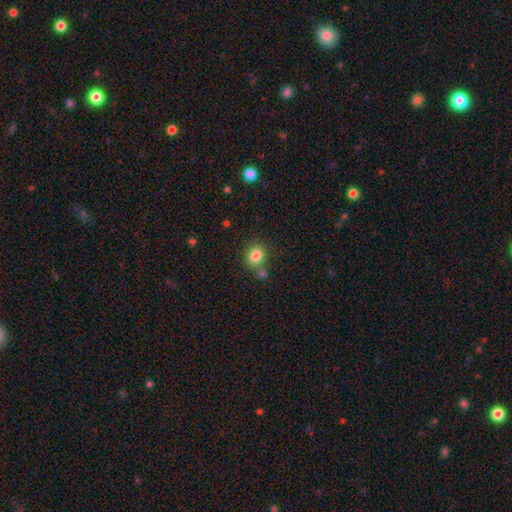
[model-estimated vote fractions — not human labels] Smooth or featured? smooth (83%)
How rounded? round (69%)
Merging? none (70%)